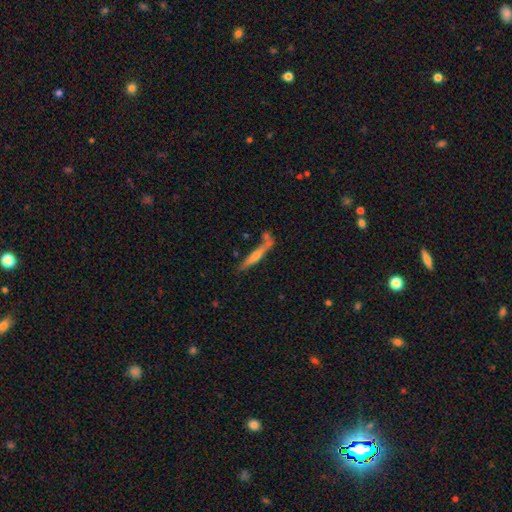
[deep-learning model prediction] Q: Smooth or featured?
A: featured or disk (57%); runner-up: smooth (35%)
Q: Edge-on disk?
A: yes (94%); runner-up: no (6%)
Q: Edge-on bulge?
A: rounded (69%); runner-up: none (22%)
Q: Merging?
A: none (67%); runner-up: minor disturbance (15%)